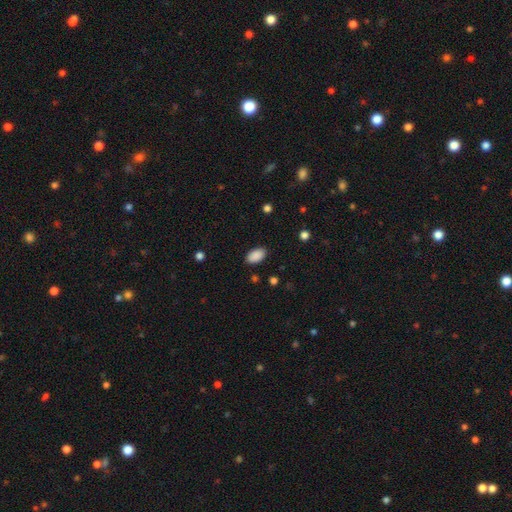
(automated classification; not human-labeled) A smooth galaxy with no disk features (90%) that is in between round and cigar-shaped (93%).

Vote fractions:
- Smooth or featured? smooth: 90% / star or artifact: 7% / featured or disk: 3%
- How rounded? in between: 93% / round: 6% / cigar-shaped: 1%
- Merging? none: 87% / minor disturbance: 9% / major disturbance: 3% / merger: 1%